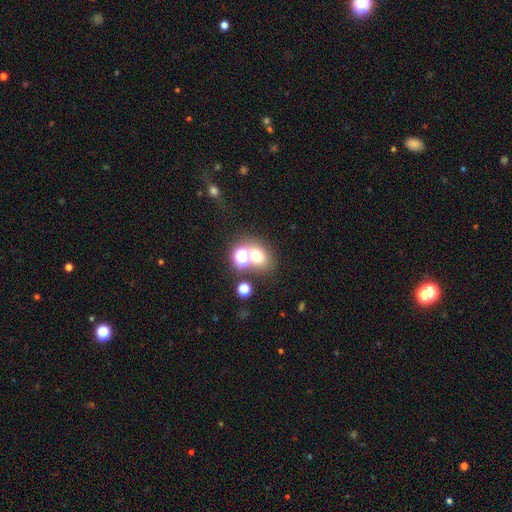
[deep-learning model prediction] The model was most divided on "how rounded": round: 60%, in between: 39%, cigar-shaped: 1%. More confident: smooth or featured — smooth (61%); merging — none (56%).